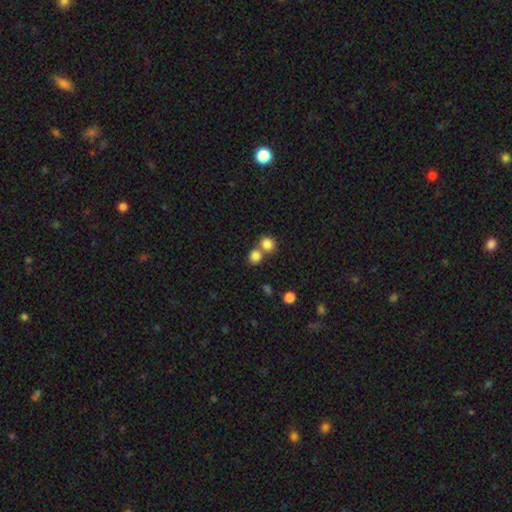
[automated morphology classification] smooth-or-featured: smooth: 83% | star or artifact: 11% | featured or disk: 6%
  how-rounded: round: 83% | in between: 16% | cigar-shaped: 1%
  merging: none: 51% | merger: 40% | minor disturbance: 6% | major disturbance: 3%